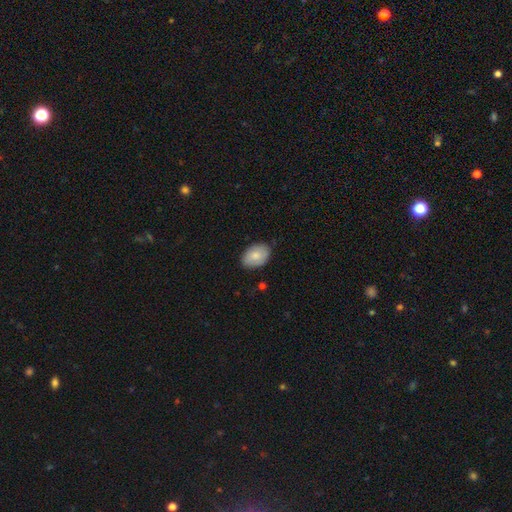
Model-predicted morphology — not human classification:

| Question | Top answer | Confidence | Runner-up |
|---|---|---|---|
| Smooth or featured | smooth | 81% | featured or disk (13%) |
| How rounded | in between | 84% | round (15%) |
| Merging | none | 81% | minor disturbance (15%) |